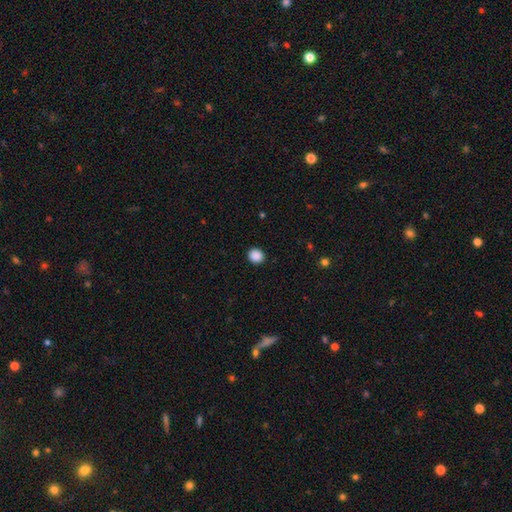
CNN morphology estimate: Q: Smooth or featured?
A: smooth (89%); runner-up: star or artifact (9%)
Q: How rounded?
A: round (83%); runner-up: in between (16%)
Q: Merging?
A: none (92%); runner-up: minor disturbance (5%)